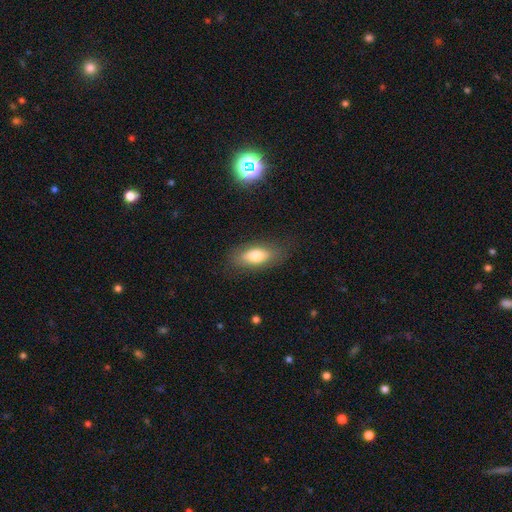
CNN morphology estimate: Overall: smooth (75%). How rounded: in between (83%). Merging: none (78%).